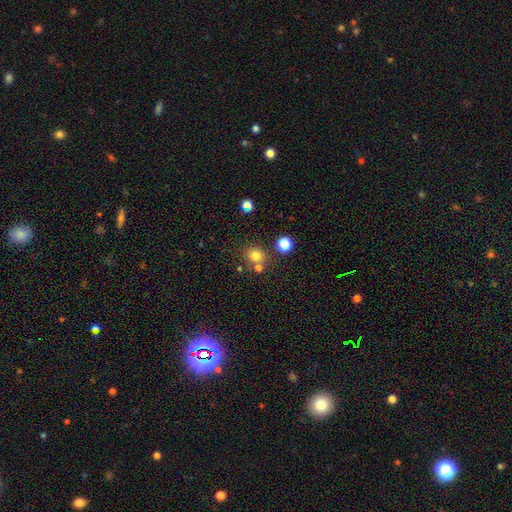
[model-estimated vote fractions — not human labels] Morphology: type=smooth (77%); roundness=round (87%); merging=none (70%).